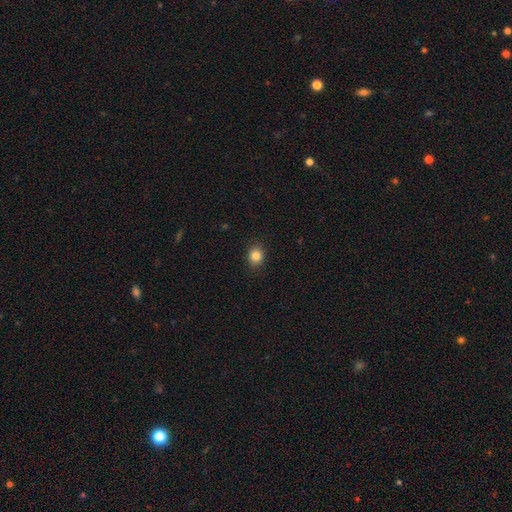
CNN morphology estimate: type=smooth (85%); roundness=round (66%); merging=none (89%).